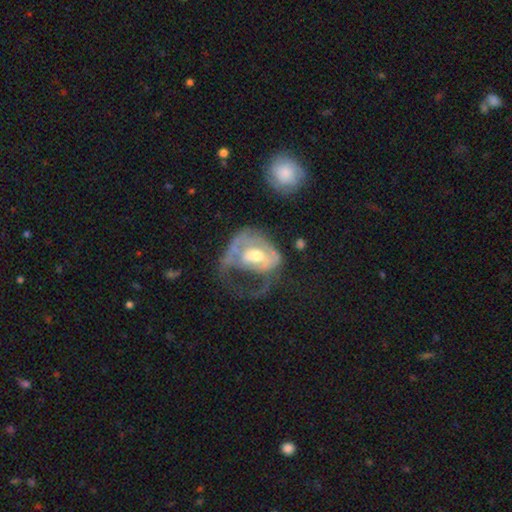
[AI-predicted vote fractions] Smooth or featured?
  - featured or disk: 64% *
  - smooth: 29%
  - star or artifact: 7%
Edge-on disk?
  - no: 95% *
  - yes: 5%
Bar?
  - no: 56% *
  - weak: 33%
  - strong: 11%
Spiral arms?
  - yes: 50% * (tied)
  - no: 50% * (tied)
Bulge size?
  - moderate: 64% *
  - small: 20%
  - large: 12%
  - none: 2%
  - dominant: 1%
Merging?
  - major disturbance: 59% *
  - none: 19%
  - minor disturbance: 17%
  - merger: 5%